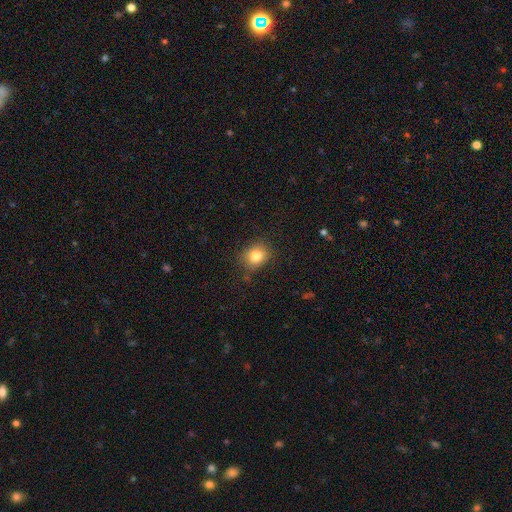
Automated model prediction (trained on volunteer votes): Morphology: type=smooth (80%); roundness=round (60%); merging=none (79%).